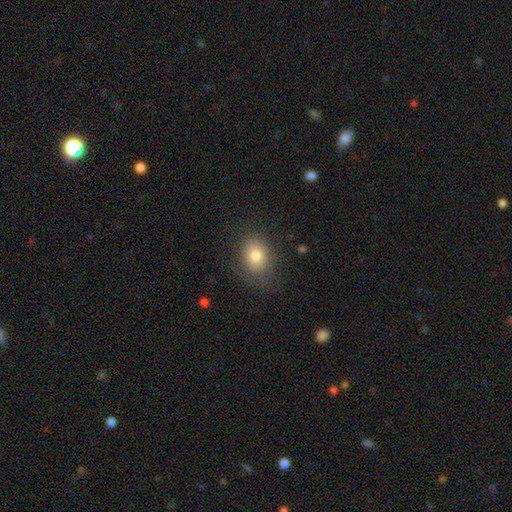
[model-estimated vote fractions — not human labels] This is likely a smooth galaxy (76%). How rounded: possibly in between (60%). Merging: likely none (74%).